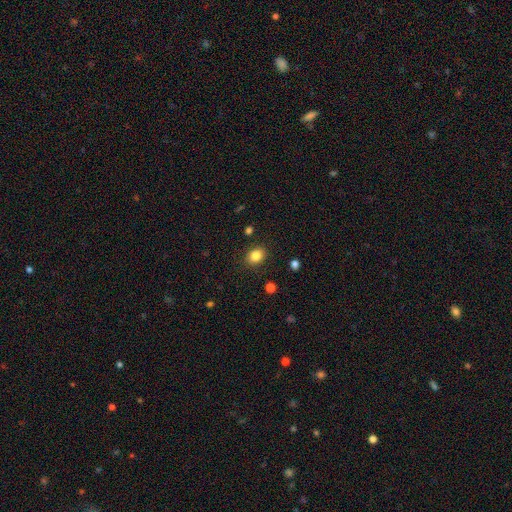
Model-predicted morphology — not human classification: A smooth galaxy with no disk features (84%) that is in between round and cigar-shaped (54%).

Vote fractions:
- Smooth or featured? smooth: 84% / star or artifact: 10% / featured or disk: 6%
- How rounded? in between: 54% / round: 45% / cigar-shaped: 1%
- Merging? none: 87% / minor disturbance: 9% / major disturbance: 3% / merger: 2%